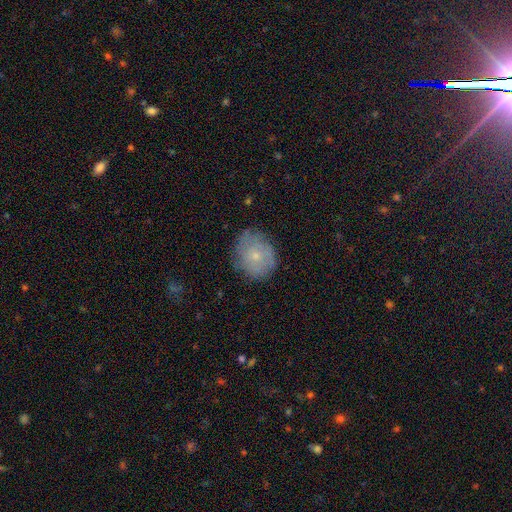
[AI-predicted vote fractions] Q: Smooth or featured?
A: smooth (56%); runner-up: featured or disk (35%)
Q: How rounded?
A: round (71%); runner-up: in between (28%)
Q: Merging?
A: none (75%); runner-up: minor disturbance (19%)